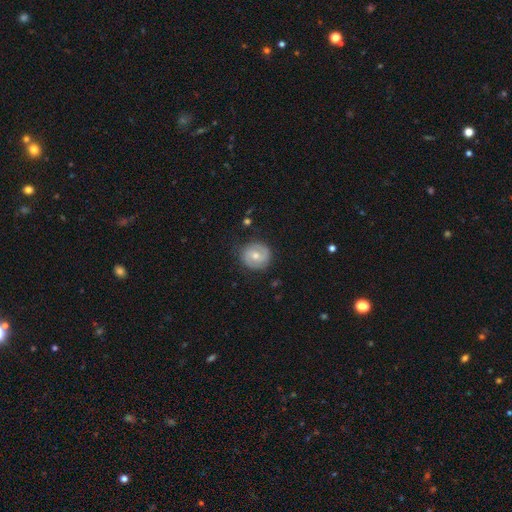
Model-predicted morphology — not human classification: The model was most divided on "bar": no: 46%, weak: 42%, strong: 12%. More confident: edge-on disk — no (97%); merging — none (81%); spiral arms — yes (74%); bulge size — moderate (64%); smooth or featured — featured or disk (53%).